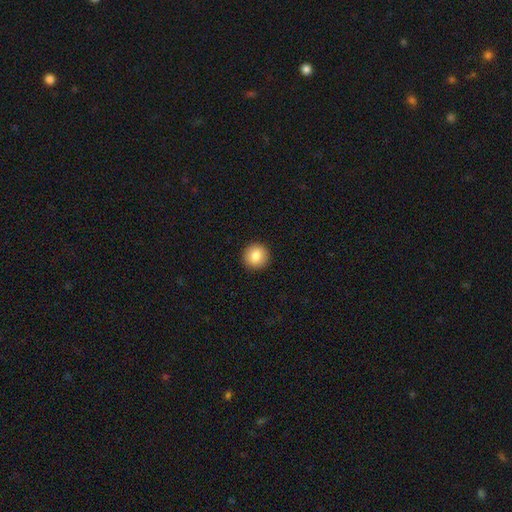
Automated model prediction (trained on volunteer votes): Smooth or featured?
  - smooth: 85% *
  - star or artifact: 8%
  - featured or disk: 6%
How rounded?
  - round: 95% *
  - in between: 4%
  - cigar-shaped: 1%
Merging?
  - none: 93% *
  - minor disturbance: 4%
  - major disturbance: 1%
  - merger: 1%